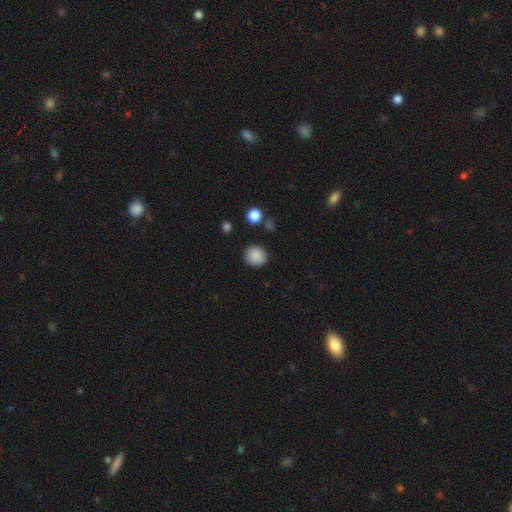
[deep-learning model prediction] The model was most divided on "how rounded": round: 81%, in between: 18%, cigar-shaped: 1%. More confident: smooth or featured — smooth (87%); merging — none (86%).